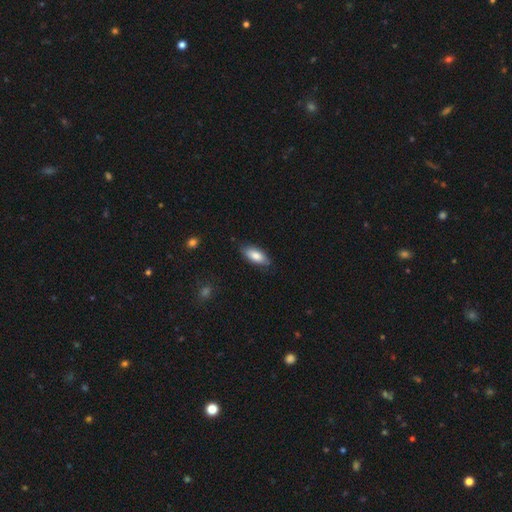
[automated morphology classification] Smooth or featured: smooth — 82% (featured or disk — 12%)
How rounded: in between — 81% (cigar-shaped — 17%)
Merging: none — 82% (minor disturbance — 15%)